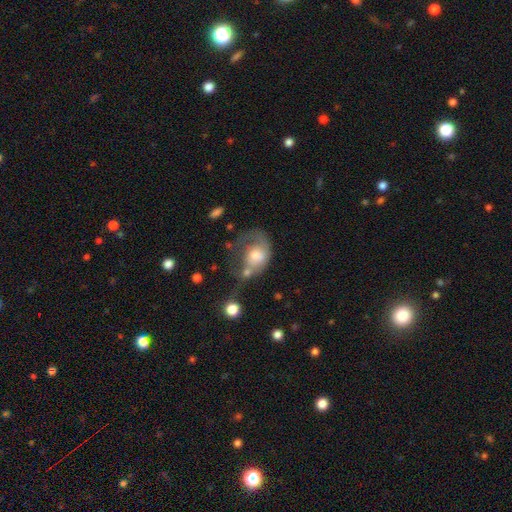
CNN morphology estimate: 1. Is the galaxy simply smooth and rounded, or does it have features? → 46% smooth (tied), 46% featured or disk (tied), 8% star or artifact.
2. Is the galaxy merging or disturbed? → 42% major disturbance, 22% merger, 19% none, 17% minor disturbance.